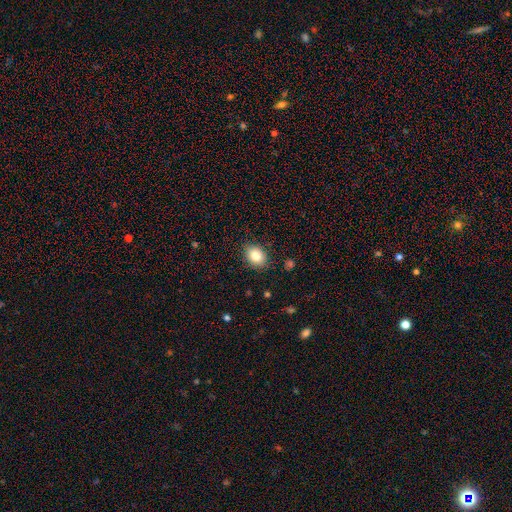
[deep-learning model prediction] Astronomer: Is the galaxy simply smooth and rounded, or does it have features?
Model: smooth — 83%.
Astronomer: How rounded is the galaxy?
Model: in between — 67%.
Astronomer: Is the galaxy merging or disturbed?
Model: none — 86%.